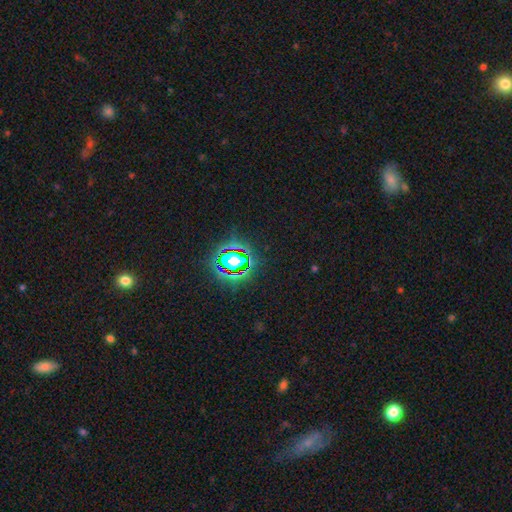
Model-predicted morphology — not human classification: A star or artifact, not a galaxy (79%).